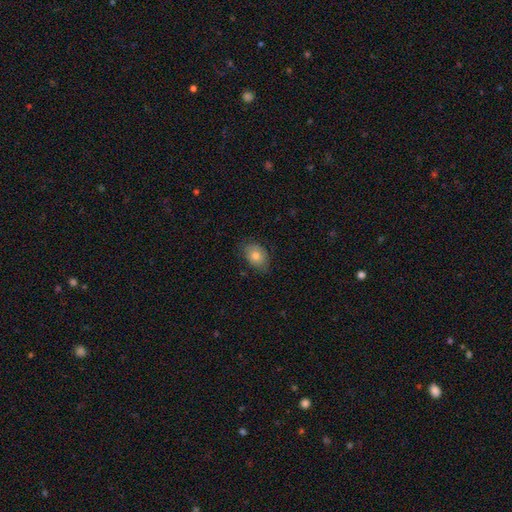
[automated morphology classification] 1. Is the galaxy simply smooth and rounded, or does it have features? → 77% smooth, 14% featured or disk, 9% star or artifact.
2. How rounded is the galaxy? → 76% in between, 23% round, 1% cigar-shaped.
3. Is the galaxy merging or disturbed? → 76% none, 19% minor disturbance, 4% major disturbance, 1% merger.